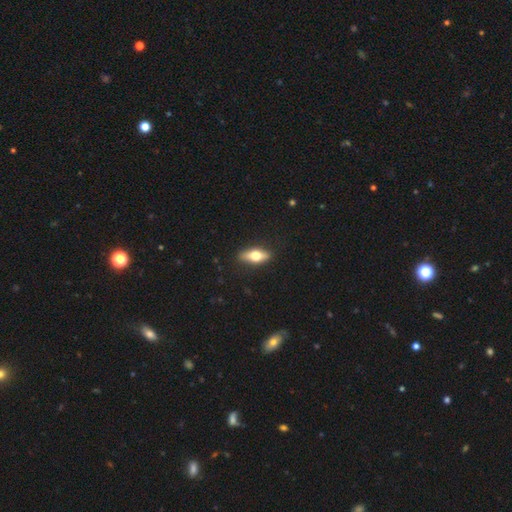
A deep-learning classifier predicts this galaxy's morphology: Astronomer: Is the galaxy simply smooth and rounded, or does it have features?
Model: smooth — 56% (runner-up: featured or disk, 38%).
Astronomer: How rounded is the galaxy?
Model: in between — 66%.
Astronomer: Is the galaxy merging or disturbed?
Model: none — 88%.